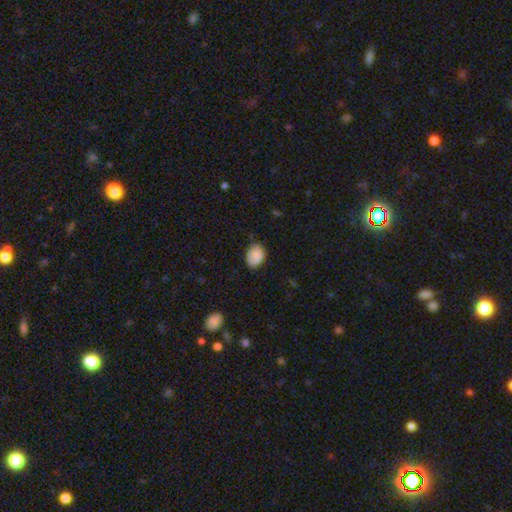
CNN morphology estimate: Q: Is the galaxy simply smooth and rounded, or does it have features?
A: smooth — 84%.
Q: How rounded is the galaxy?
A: in between — 76%.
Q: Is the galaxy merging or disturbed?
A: none — 69%.